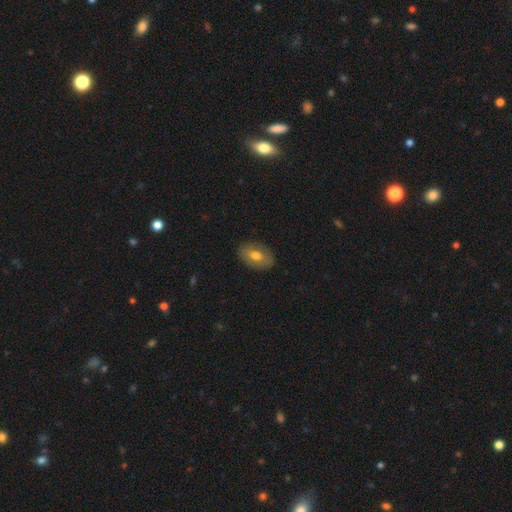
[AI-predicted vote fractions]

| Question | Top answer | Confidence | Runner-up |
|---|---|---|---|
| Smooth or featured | smooth | 66% | featured or disk (27%) |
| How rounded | in between | 85% | round (13%) |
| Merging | none | 86% | minor disturbance (10%) |